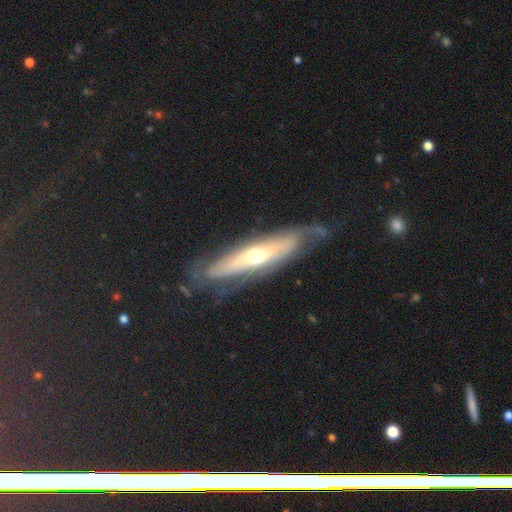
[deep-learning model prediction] Smooth or featured?
  - featured or disk: 69% *
  - smooth: 25%
  - star or artifact: 5%
Edge-on disk?
  - yes: 50% * (tied)
  - no: 50% * (tied)
Merging?
  - none: 62% *
  - minor disturbance: 23%
  - major disturbance: 13%
  - merger: 2%